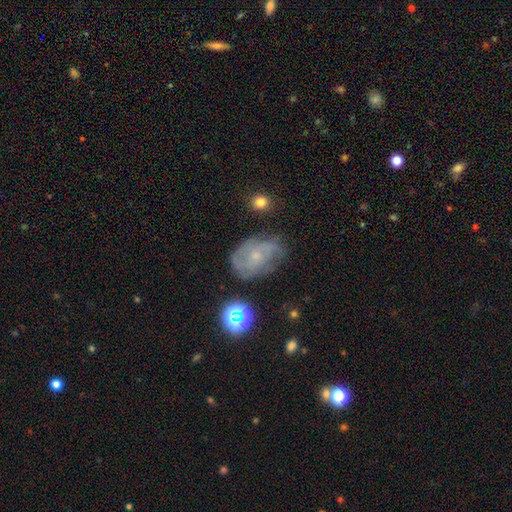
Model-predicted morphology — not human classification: A featured or disk galaxy (56%) with no bar (75%), spiral arms (76%) and a small central bulge (71%). Merging: none (56%).